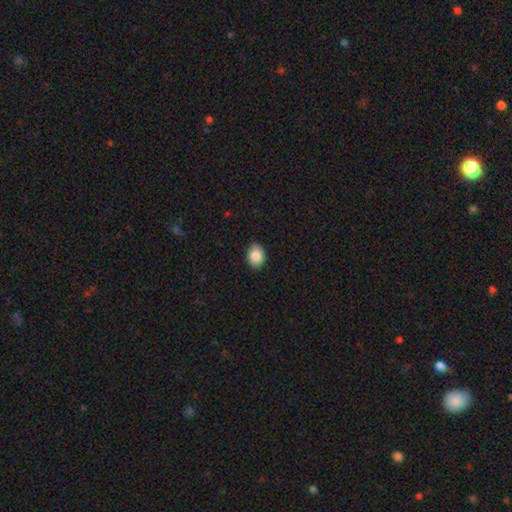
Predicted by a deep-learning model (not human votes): The model was most divided on "how rounded": in between: 57%, round: 43%, cigar-shaped: 1%. More confident: merging — none (87%); smooth or featured — smooth (86%).